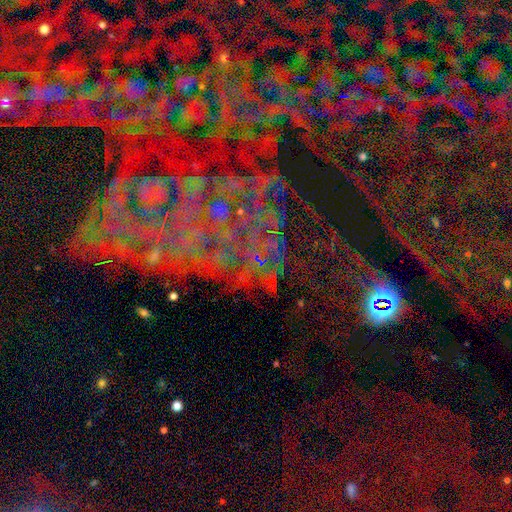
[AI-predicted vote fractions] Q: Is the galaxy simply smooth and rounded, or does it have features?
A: star or artifact — 78%.